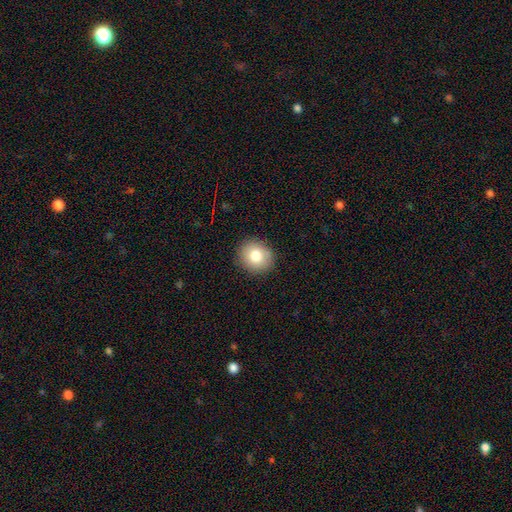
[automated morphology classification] A smooth galaxy with no disk features (80%) that is round (80%).

Vote fractions:
- Smooth or featured? smooth: 80% / featured or disk: 10% / star or artifact: 9%
- How rounded? round: 80% / in between: 19% / cigar-shaped: 1%
- Merging? none: 89% / minor disturbance: 8% / major disturbance: 2% / merger: 1%